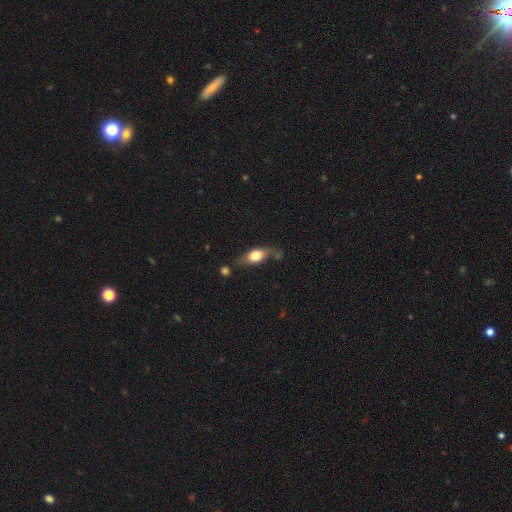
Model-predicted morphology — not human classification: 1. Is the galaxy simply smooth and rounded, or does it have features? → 62% smooth, 31% featured or disk, 7% star or artifact.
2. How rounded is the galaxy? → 70% in between, 17% cigar-shaped, 13% round.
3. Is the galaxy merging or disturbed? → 56% none, 25% minor disturbance, 11% major disturbance, 8% merger.